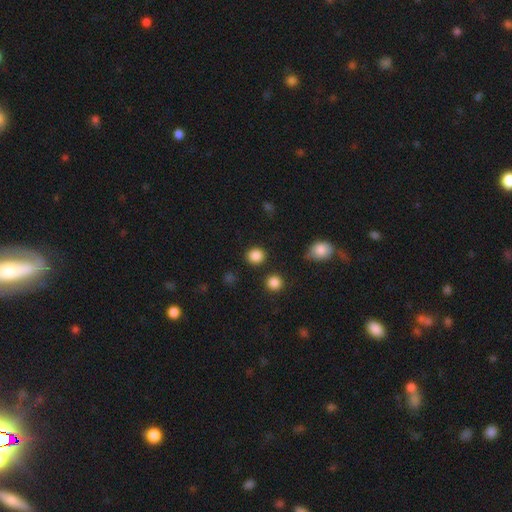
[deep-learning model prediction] Smooth or featured? Predicted: smooth (p=0.86). How rounded? Predicted: round (p=0.84). Merging? Predicted: none (p=0.87).